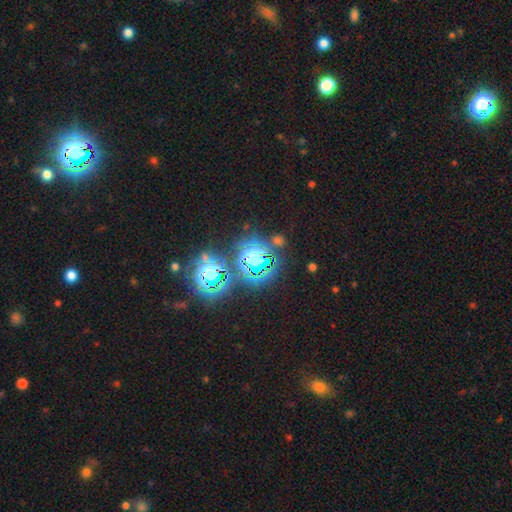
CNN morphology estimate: This is clearly a star or artifact rather than a galaxy (81%).